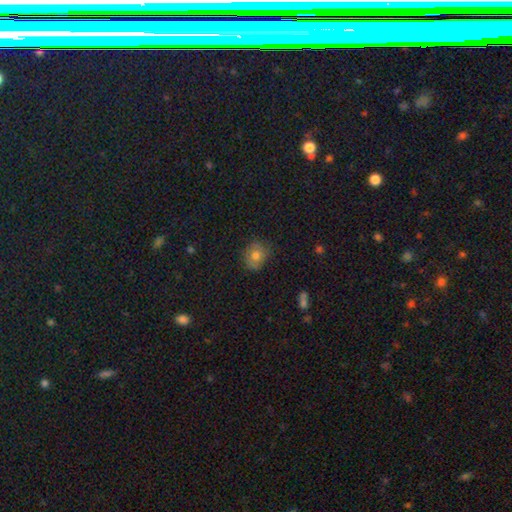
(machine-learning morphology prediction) Smooth or featured: smooth — 74% (featured or disk — 15%)
How rounded: round — 62% (in between — 37%)
Merging: none — 76% (minor disturbance — 19%)